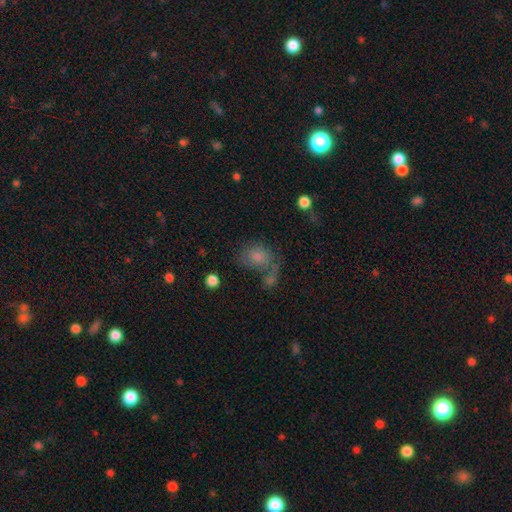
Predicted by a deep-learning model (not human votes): Smooth or featured? Predicted: smooth (p=0.67). How rounded? Predicted: in between (p=0.50). Merging? Predicted: none (p=0.47).